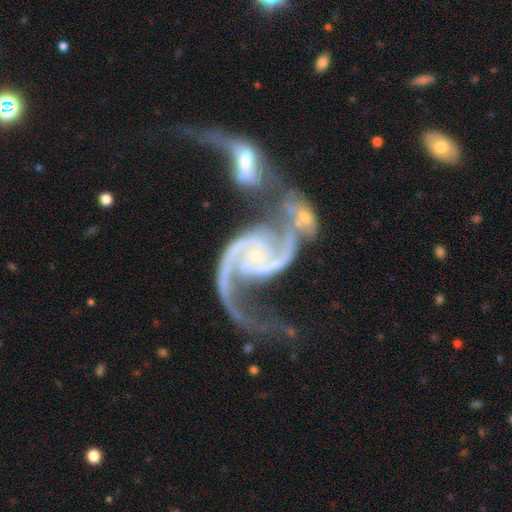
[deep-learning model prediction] Overall: featured or disk (94%). Edge-on disk: no (98%). Bar: no (60%; weak 28%). Spiral arms: yes (98%). Spiral arm count: 2 (90%). Spiral winding: loose (47%; medium 41%). Bulge size: small (75%). Merging: merger (72%).